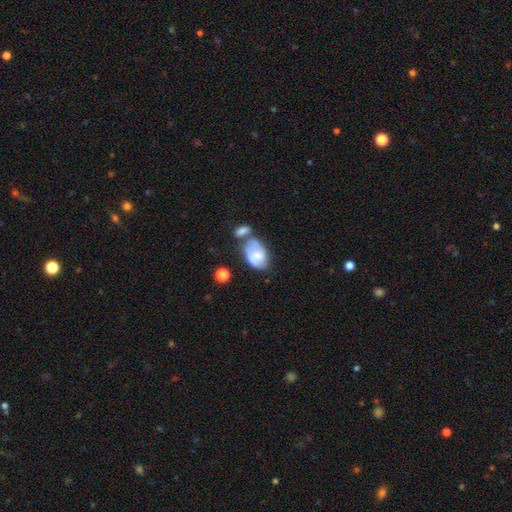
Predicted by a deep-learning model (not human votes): smooth-or-featured: smooth: 48% | featured or disk: 44% | star or artifact: 8%
  merging: merger: 36% | none: 25% | minor disturbance: 22% | major disturbance: 16%